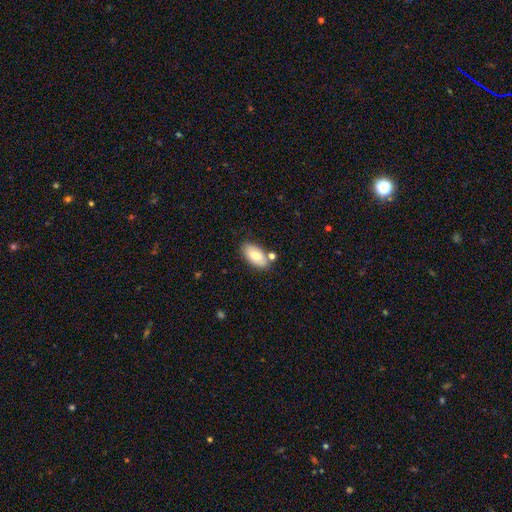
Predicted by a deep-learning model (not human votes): Morphology: type=smooth (74%); roundness=in between (93%); merging=none (74%).